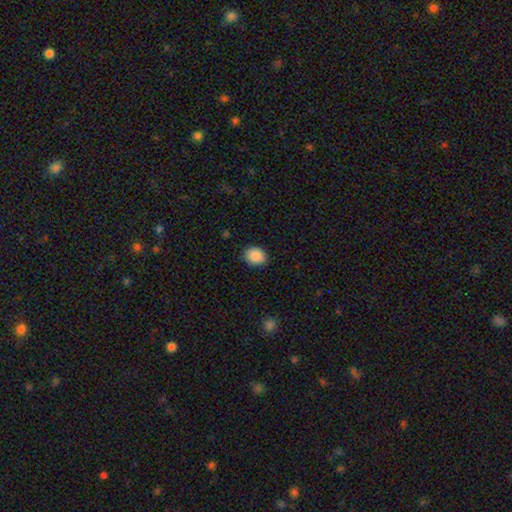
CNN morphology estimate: smooth_or_featured: smooth (p=0.90) [alt: star or artifact p=0.08]
how_rounded: round (p=0.54) [alt: in between p=0.45]
merging: none (p=0.86) [alt: minor disturbance p=0.10]